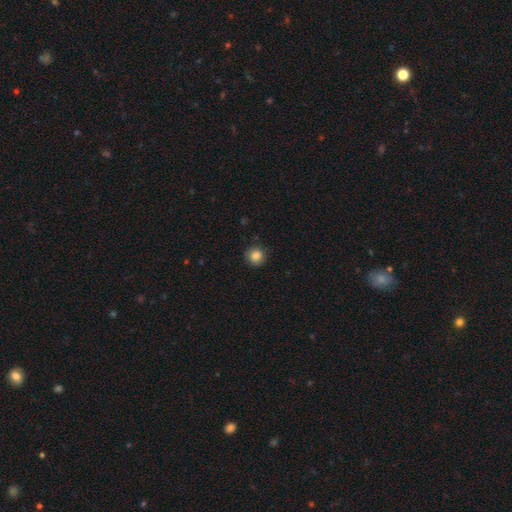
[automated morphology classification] The model was most divided on "smooth or featured": smooth: 85%, star or artifact: 10%, featured or disk: 5%. More confident: how rounded — round (93%); merging — none (88%).